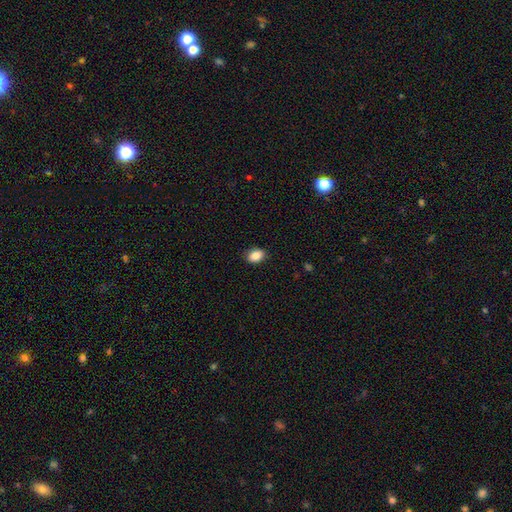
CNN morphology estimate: Smooth or featured? smooth (87%)
How rounded? in between (81%)
Merging? none (88%)